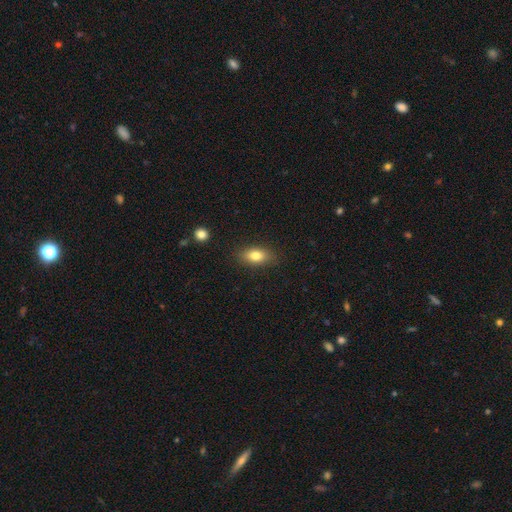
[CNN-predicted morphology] The model was most divided on "smooth or featured": smooth: 79%, featured or disk: 12%, star or artifact: 8%. More confident: merging — none (86%); how rounded — in between (84%).